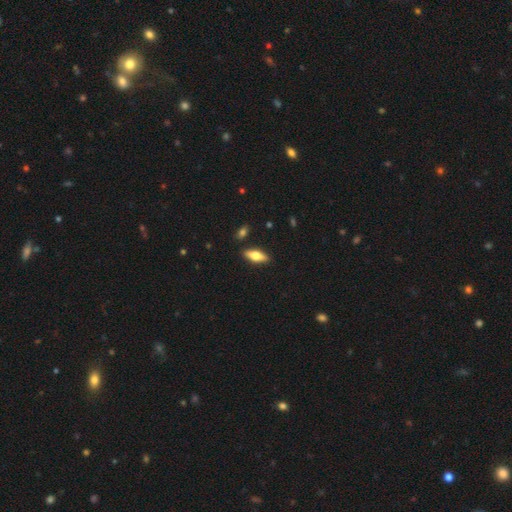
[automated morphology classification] Smooth or featured: smooth — 58% (featured or disk — 36%)
How rounded: in between — 65% (cigar-shaped — 32%)
Merging: none — 87% (minor disturbance — 9%)